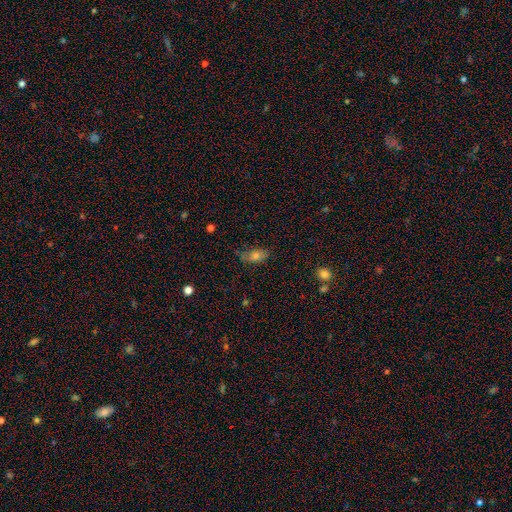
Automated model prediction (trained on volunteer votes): The model was most divided on "merging": none: 61%, minor disturbance: 27%, major disturbance: 9%, merger: 3%. More confident: how rounded — in between (81%); smooth or featured — smooth (67%).